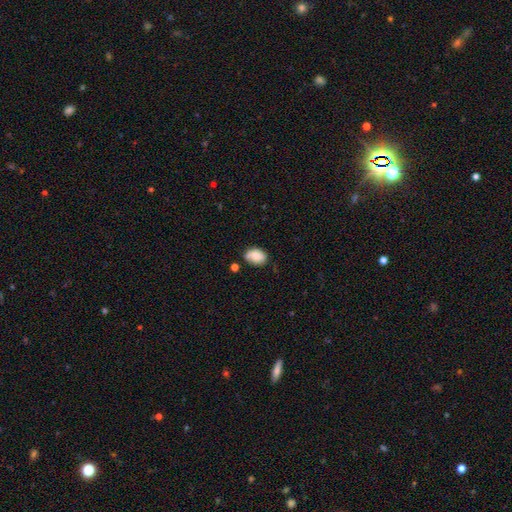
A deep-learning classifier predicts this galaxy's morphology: Q: Smooth or featured?
A: smooth (78%); runner-up: featured or disk (14%)
Q: How rounded?
A: in between (79%); runner-up: round (20%)
Q: Merging?
A: none (64%); runner-up: minor disturbance (25%)